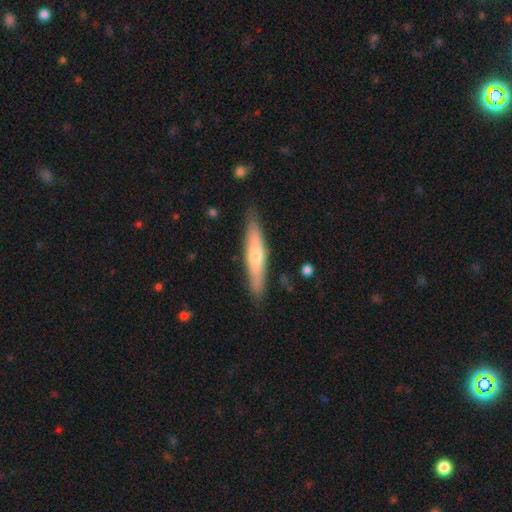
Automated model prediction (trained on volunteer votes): A smooth galaxy with no disk features (51%) that is cigar-shaped (87%).

Vote fractions:
- Smooth or featured? smooth: 51% / featured or disk: 44% / star or artifact: 5%
- How rounded? cigar-shaped: 87% / in between: 11% / round: 1%
- Merging? none: 86% / minor disturbance: 11% / major disturbance: 2% / merger: 1%